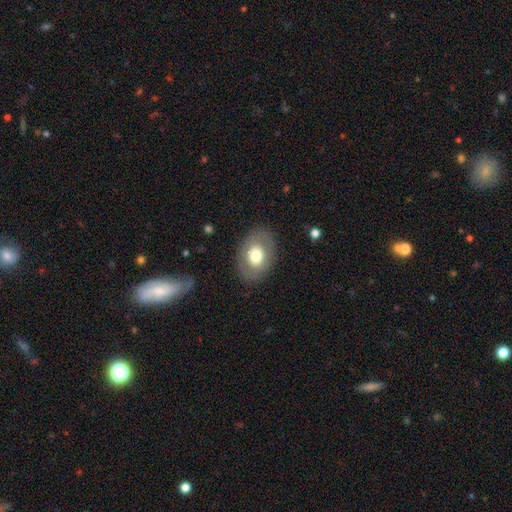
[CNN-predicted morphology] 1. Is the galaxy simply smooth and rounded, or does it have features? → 67% smooth, 26% featured or disk, 7% star or artifact.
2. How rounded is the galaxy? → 78% in between, 21% round, 1% cigar-shaped.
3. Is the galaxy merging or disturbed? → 85% none, 10% minor disturbance, 4% major disturbance, 1% merger.